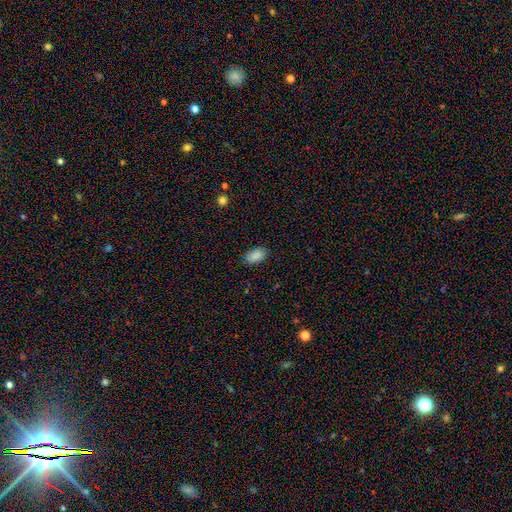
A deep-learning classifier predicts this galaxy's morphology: A smooth galaxy with no disk features (88%) that is in between round and cigar-shaped (93%). Merging: none (86%).